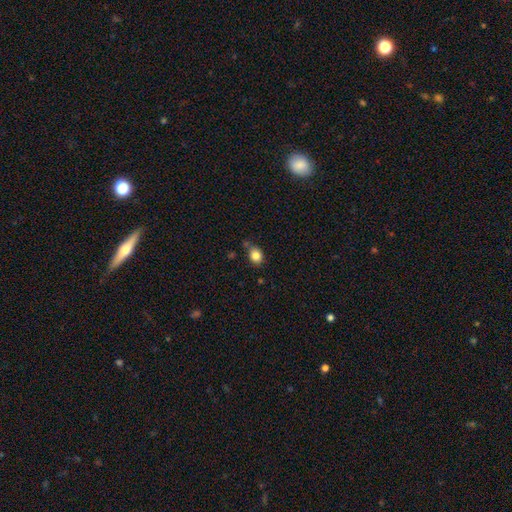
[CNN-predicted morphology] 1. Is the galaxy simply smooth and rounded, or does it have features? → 84% smooth, 10% star or artifact, 6% featured or disk.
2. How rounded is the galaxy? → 50% round, 49% in between, 1% cigar-shaped.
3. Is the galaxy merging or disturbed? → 73% none, 17% minor disturbance, 6% merger, 4% major disturbance.